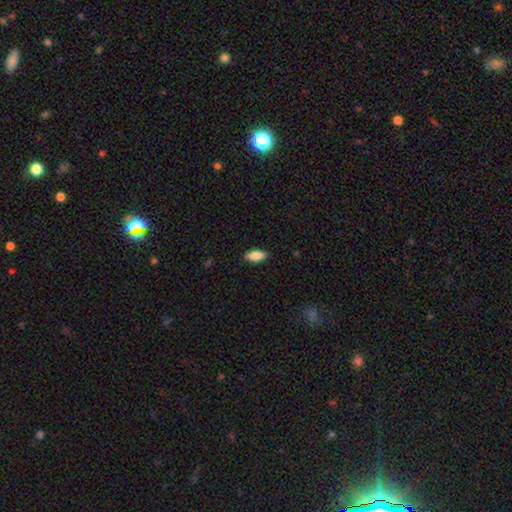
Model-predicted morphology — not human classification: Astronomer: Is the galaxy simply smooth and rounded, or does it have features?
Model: smooth — 85%.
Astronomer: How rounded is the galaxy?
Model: in between — 88%.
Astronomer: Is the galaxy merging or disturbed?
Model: none — 88%.